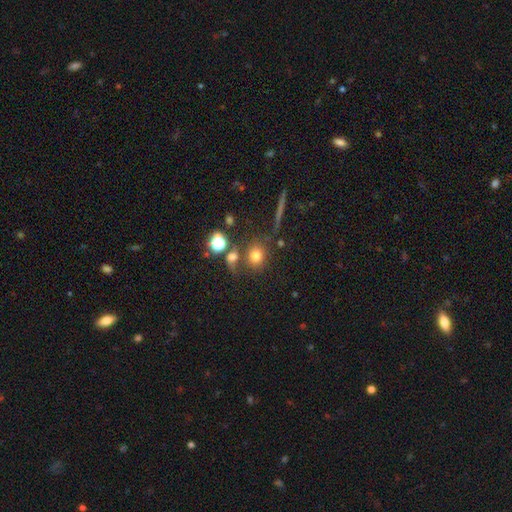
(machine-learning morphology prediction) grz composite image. It shows a smooth galaxy with no disk features (73%) that is round (81%). Merging: none (68%).